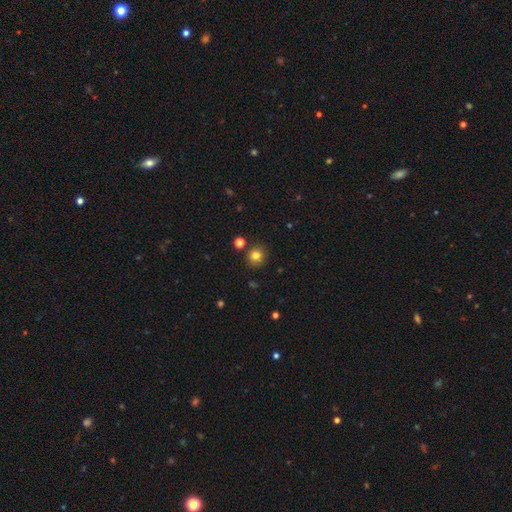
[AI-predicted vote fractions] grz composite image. It shows a smooth galaxy with no disk features (81%) that is round (90%). Merging: none (86%).